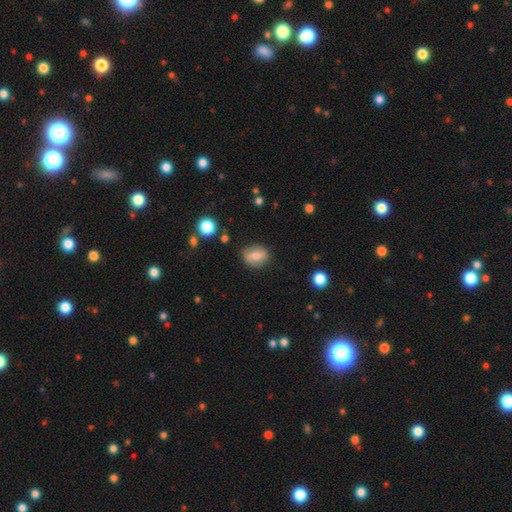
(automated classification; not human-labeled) This is likely a smooth galaxy (71%). How rounded: possibly in between (58%). Merging: clearly none (80%).